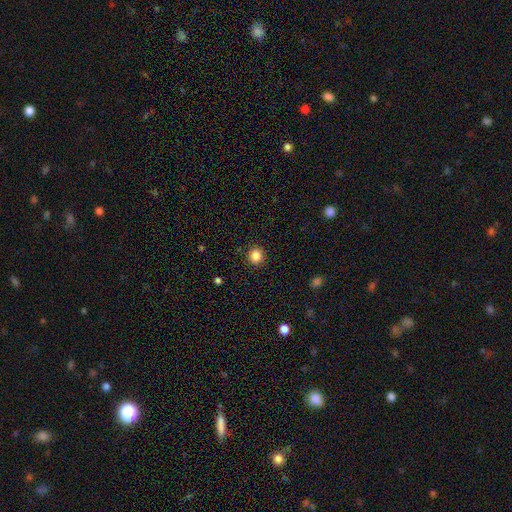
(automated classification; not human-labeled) Smooth or featured? Predicted: smooth (p=0.85). How rounded? Predicted: round (p=0.91). Merging? Predicted: none (p=0.92).